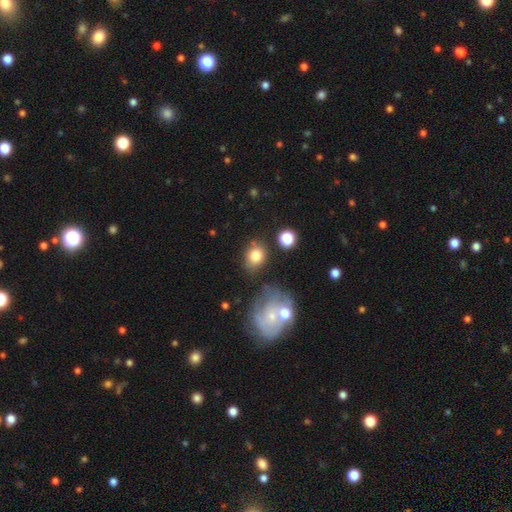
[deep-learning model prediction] smooth 79%, star or artifact 11%, featured or disk 10%. Down the decision tree: how rounded — round (52%); merging — none (68%).